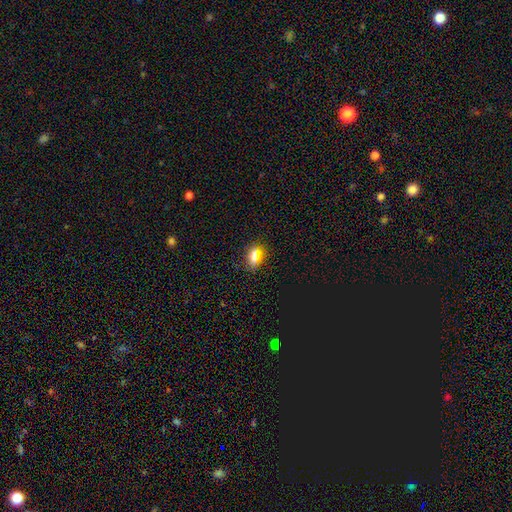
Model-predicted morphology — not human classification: Overall: smooth (65%). How rounded: in between (56%; round 36%). Merging: none (87%).